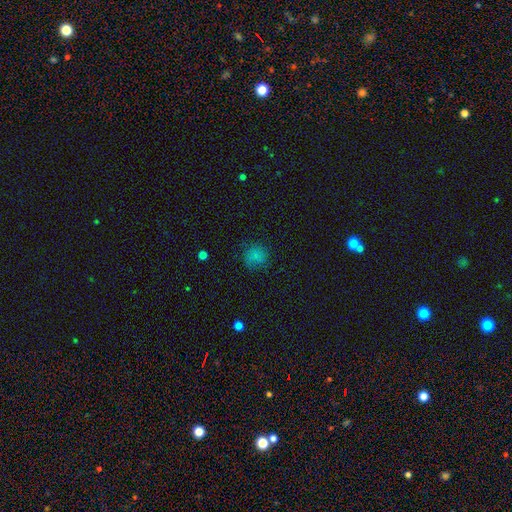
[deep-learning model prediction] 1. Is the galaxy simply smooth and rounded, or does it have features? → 77% smooth, 17% star or artifact, 6% featured or disk.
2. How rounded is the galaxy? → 86% round, 13% in between, 1% cigar-shaped.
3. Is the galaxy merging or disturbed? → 76% none, 17% minor disturbance, 6% major disturbance, 1% merger.